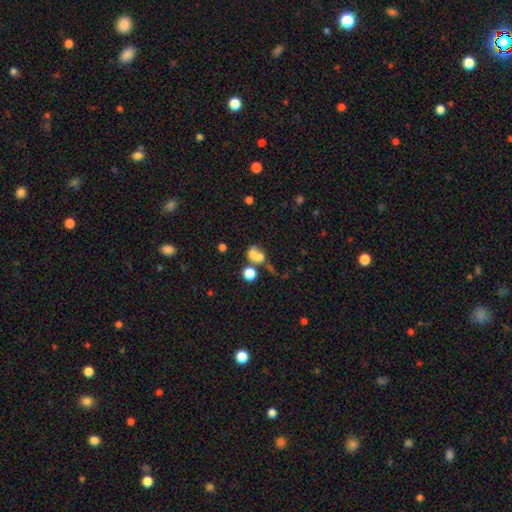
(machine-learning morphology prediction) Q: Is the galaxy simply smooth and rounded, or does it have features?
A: smooth — 65%.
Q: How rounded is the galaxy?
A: round — 62%.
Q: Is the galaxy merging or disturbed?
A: merger — 58%.